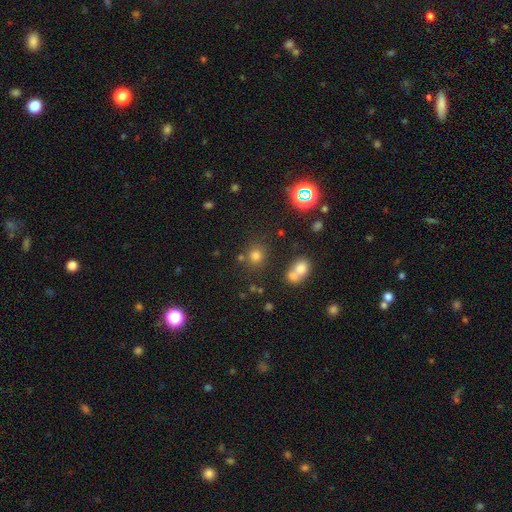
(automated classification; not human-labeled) Q: Smooth or featured?
A: smooth (73%); runner-up: star or artifact (20%)
Q: How rounded?
A: round (87%); runner-up: in between (12%)
Q: Merging?
A: none (74%); runner-up: merger (14%)